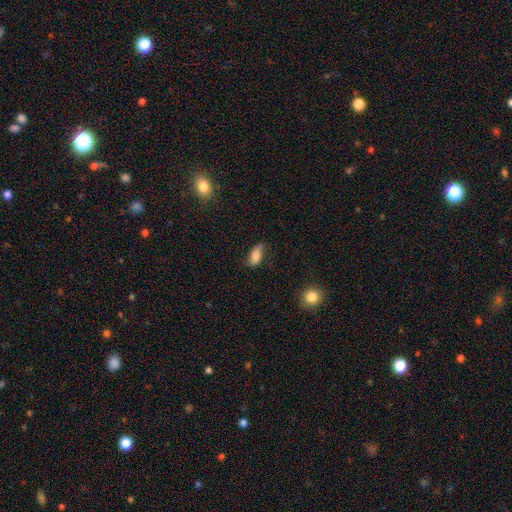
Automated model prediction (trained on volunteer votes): smooth_or_featured: smooth (p=0.73) [alt: featured or disk p=0.19]
how_rounded: in between (p=0.84) [alt: cigar-shaped p=0.12]
merging: none (p=0.67) [alt: minor disturbance p=0.25]